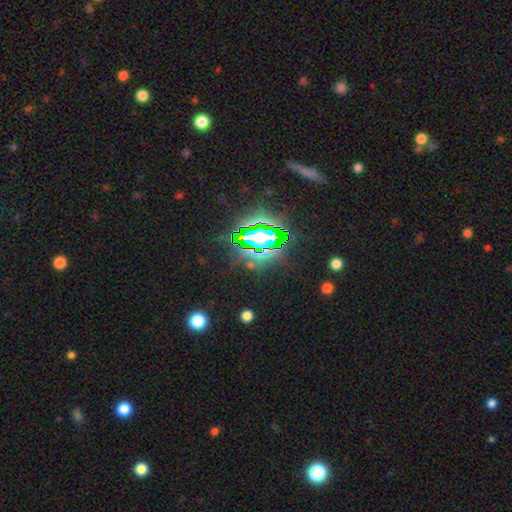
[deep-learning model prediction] This appears to be a star or artifact, not a galaxy (78%).